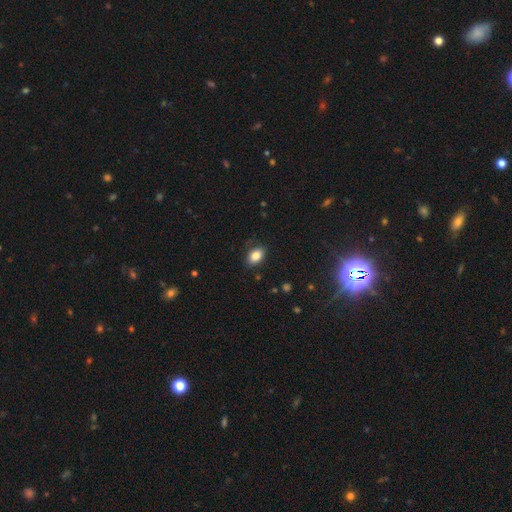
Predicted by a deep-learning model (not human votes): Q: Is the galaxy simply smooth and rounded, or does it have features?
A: smooth — 84%.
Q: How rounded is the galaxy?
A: in between — 85%.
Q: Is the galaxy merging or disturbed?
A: none — 81%.